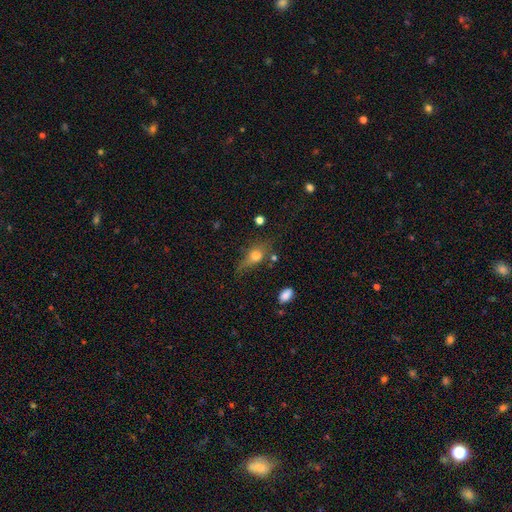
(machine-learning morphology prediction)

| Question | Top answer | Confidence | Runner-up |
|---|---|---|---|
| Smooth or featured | smooth | 66% | featured or disk (22%) |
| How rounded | in between | 56% | round (33%) |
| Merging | none | 48% | minor disturbance (31%) |